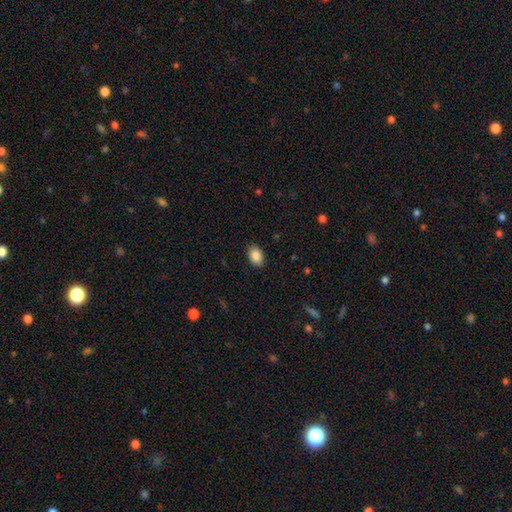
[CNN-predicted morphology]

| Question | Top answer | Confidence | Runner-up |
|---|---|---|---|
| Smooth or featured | smooth | 88% | star or artifact (7%) |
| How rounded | in between | 87% | round (12%) |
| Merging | none | 89% | minor disturbance (8%) |